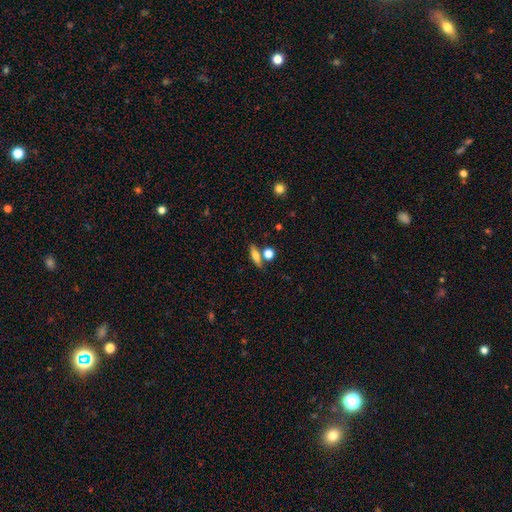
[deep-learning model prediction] A smooth galaxy with no disk features (67%) that is cigar-shaped (48%).

Vote fractions:
- Smooth or featured? smooth: 67% / featured or disk: 24% / star or artifact: 9%
- How rounded? cigar-shaped: 48% / in between: 40% / round: 11%
- Merging? none: 67% / merger: 18% / minor disturbance: 11% / major disturbance: 4%